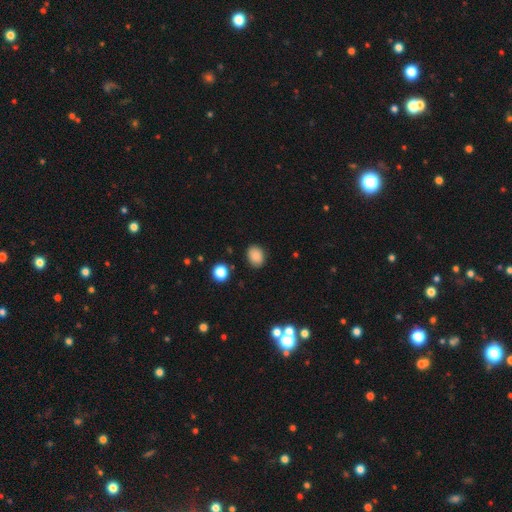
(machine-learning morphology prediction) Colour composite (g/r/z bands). It shows a smooth galaxy with no disk features (85%) that is in between round and cigar-shaped (60%). Merging: none (86%).